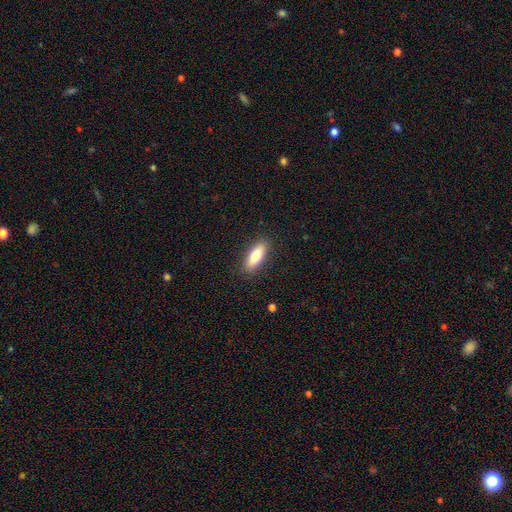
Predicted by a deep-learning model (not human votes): Smooth or featured: smooth — 74% (featured or disk — 20%)
How rounded: in between — 62% (cigar-shaped — 36%)
Merging: none — 88% (minor disturbance — 9%)